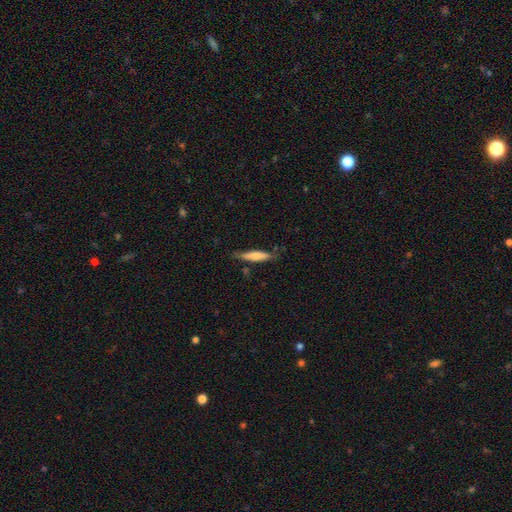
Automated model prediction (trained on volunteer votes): The model was most divided on "smooth or featured": smooth: 68%, featured or disk: 26%, star or artifact: 6%. More confident: how rounded — cigar-shaped (81%); merging — none (73%).